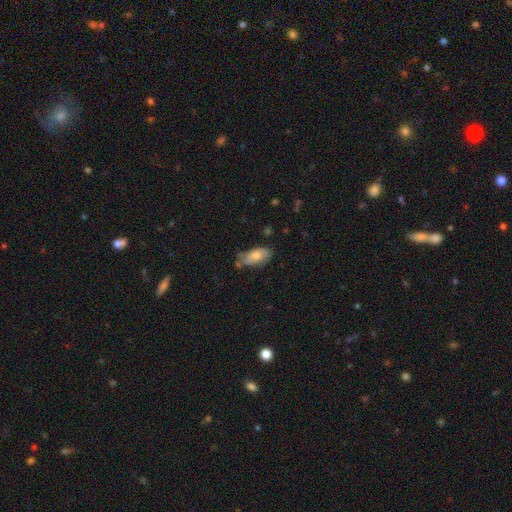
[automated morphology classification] Smooth or featured? smooth (68%)
How rounded? in between (90%)
Merging? none (55%)